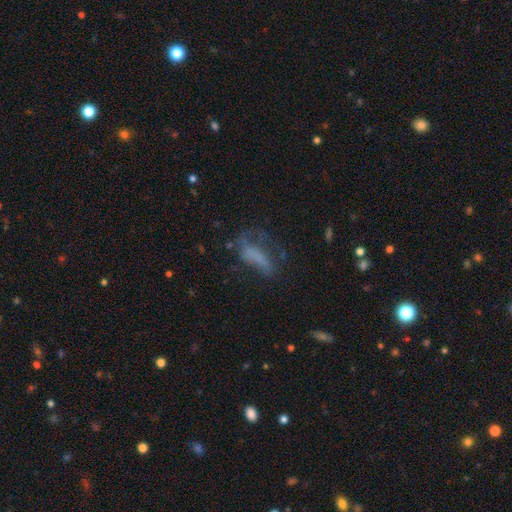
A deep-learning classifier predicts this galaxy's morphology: Smooth or featured?
  - smooth: 49% *
  - featured or disk: 35%
  - star or artifact: 17%
Merging?
  - major disturbance: 36% * (tied)
  - none: 36% * (tied)
  - minor disturbance: 24%
  - merger: 4%